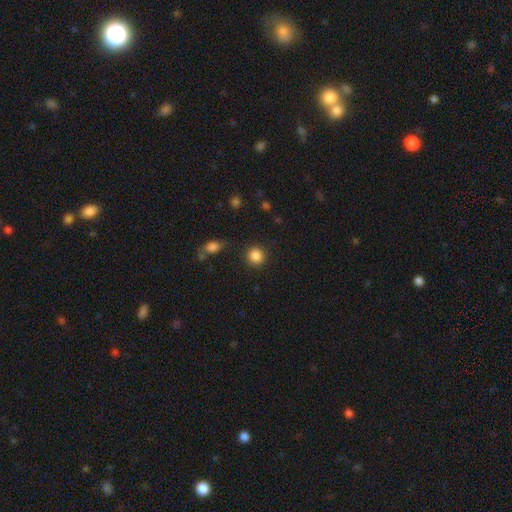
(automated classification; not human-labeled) The model was most divided on "smooth or featured": smooth: 86%, star or artifact: 10%, featured or disk: 4%. More confident: how rounded — round (92%); merging — none (88%).